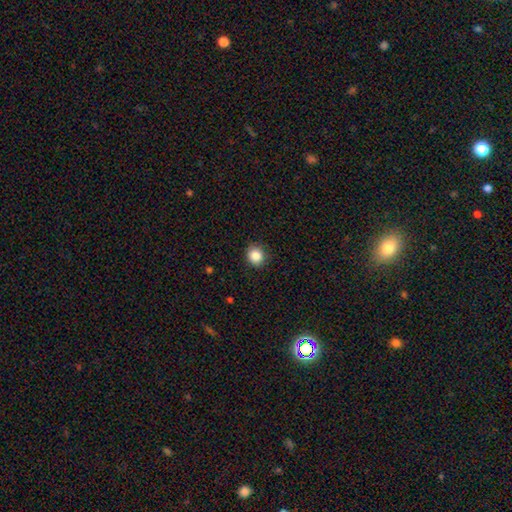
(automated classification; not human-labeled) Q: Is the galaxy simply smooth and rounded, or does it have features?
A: smooth — 85%.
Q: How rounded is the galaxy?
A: round — 85%.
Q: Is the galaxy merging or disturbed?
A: none — 89%.